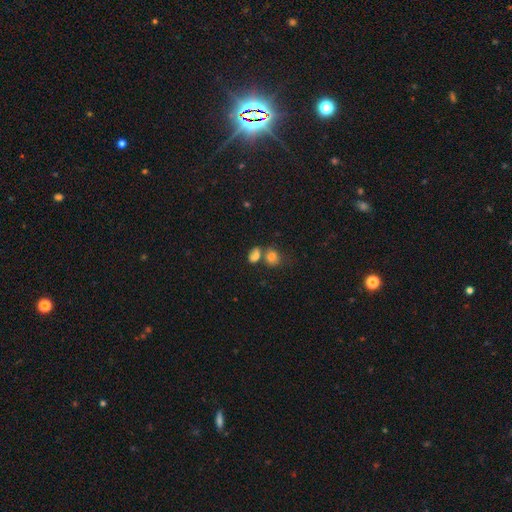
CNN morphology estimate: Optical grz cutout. It shows a smooth galaxy with no disk features (74%) that is in between round and cigar-shaped (68%). Merging: merger (46%).